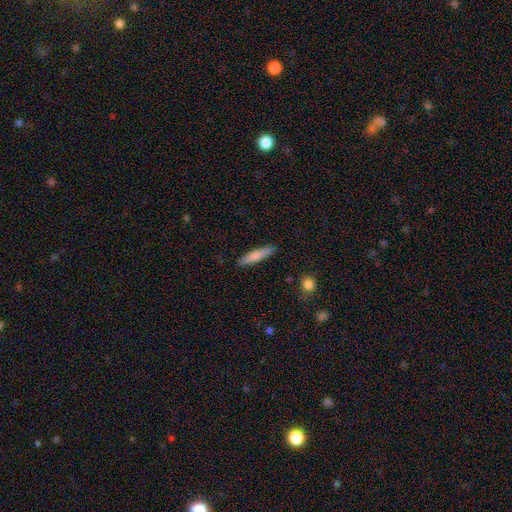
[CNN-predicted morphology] This is likely a smooth galaxy (77%). How rounded: clearly cigar-shaped (87%). Merging: clearly none (89%).